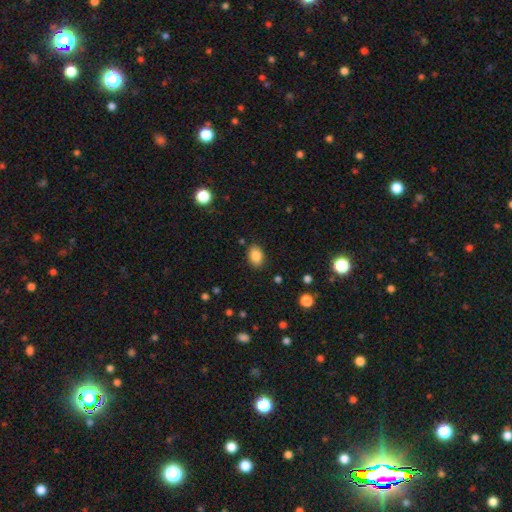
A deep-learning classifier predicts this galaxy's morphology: smooth_or_featured: smooth (p=0.86) [alt: star or artifact p=0.09]
how_rounded: in between (p=0.77) [alt: round p=0.21]
merging: none (p=0.86) [alt: minor disturbance p=0.10]